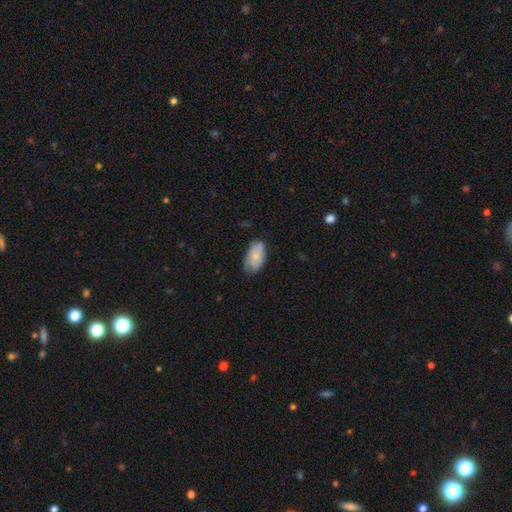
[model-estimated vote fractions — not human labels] Q: Smooth or featured?
A: smooth (70%); runner-up: featured or disk (23%)
Q: How rounded?
A: in between (93%); runner-up: round (5%)
Q: Merging?
A: none (62%); runner-up: minor disturbance (30%)